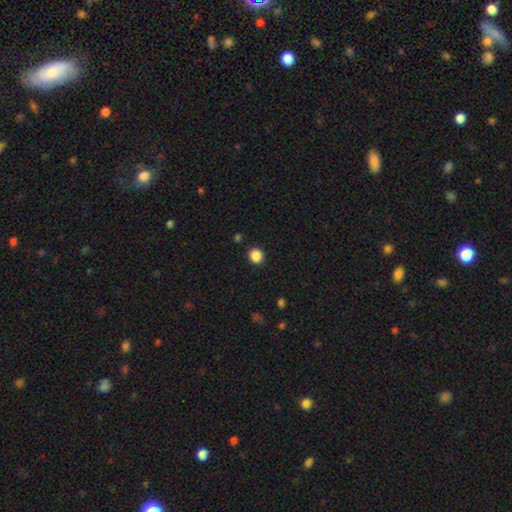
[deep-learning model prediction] Morphology: type=smooth (87%); roundness=round (84%); merging=none (91%).